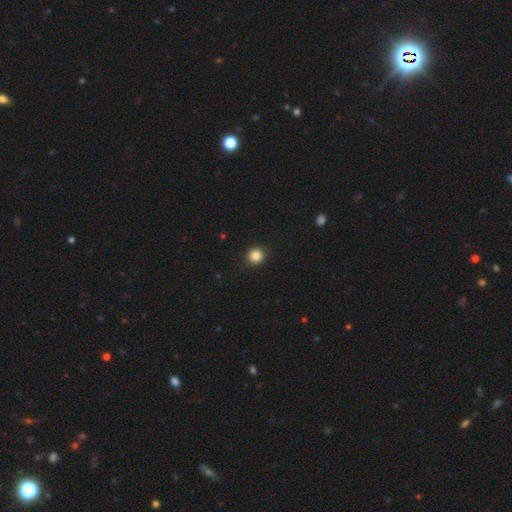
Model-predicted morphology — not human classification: Smooth or featured? smooth (85%)
How rounded? round (93%)
Merging? none (93%)